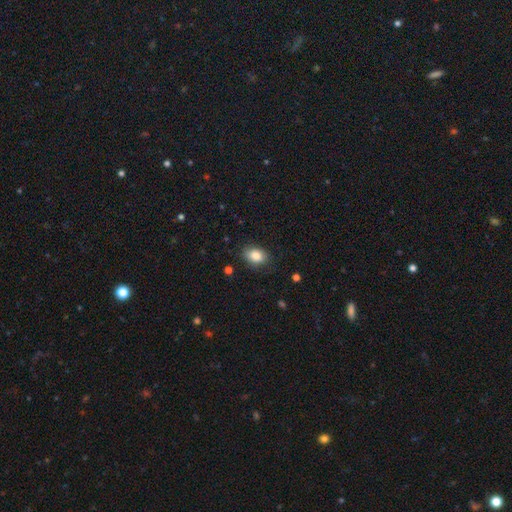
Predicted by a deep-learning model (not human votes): A smooth galaxy with no disk features (85%) that is in between round and cigar-shaped (76%). Merging: none (81%).